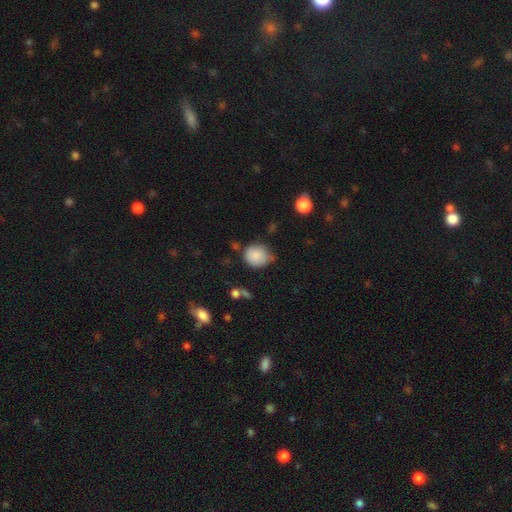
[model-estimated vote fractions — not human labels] smooth_or_featured: smooth (p=0.84) [alt: star or artifact p=0.09]
how_rounded: round (p=0.82) [alt: in between p=0.17]
merging: none (p=0.57) [alt: minor disturbance p=0.32]